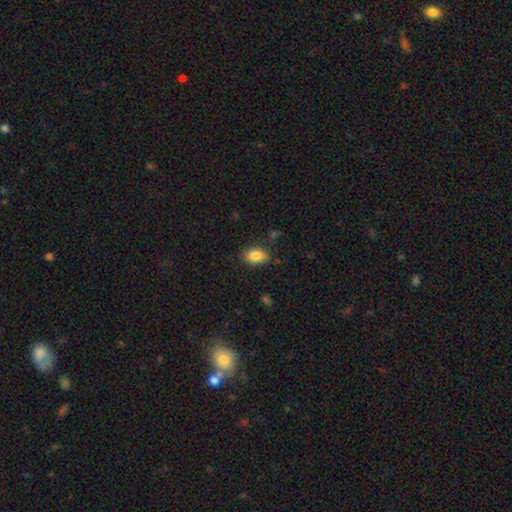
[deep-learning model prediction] Smooth or featured? Predicted: smooth (p=0.85). How rounded? Predicted: in between (p=0.89). Merging? Predicted: none (p=0.80).